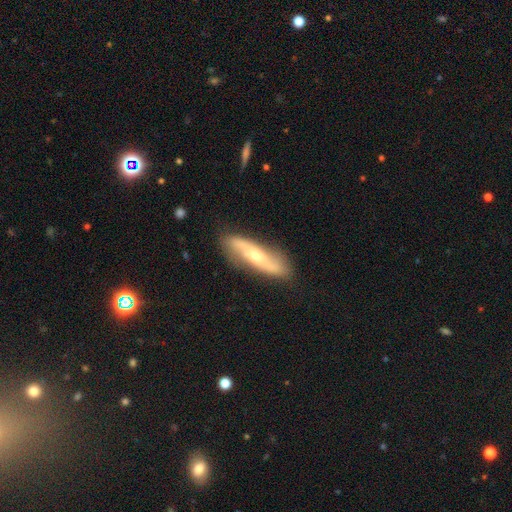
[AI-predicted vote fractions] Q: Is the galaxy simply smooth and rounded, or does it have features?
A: featured or disk — 64%.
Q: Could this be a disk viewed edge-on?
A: no — 67%.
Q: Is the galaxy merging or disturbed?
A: none — 81%.